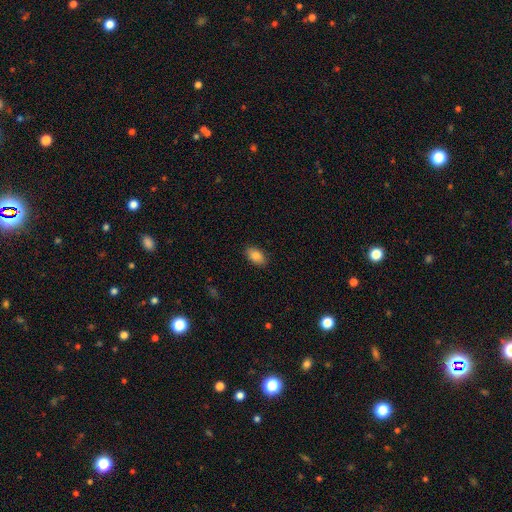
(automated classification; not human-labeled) A smooth galaxy with no disk features (86%) that is in between round and cigar-shaped (92%).

Vote fractions:
- Smooth or featured? smooth: 86% / star or artifact: 7% / featured or disk: 7%
- How rounded? in between: 92% / round: 6% / cigar-shaped: 3%
- Merging? none: 88% / minor disturbance: 9% / major disturbance: 2% / merger: 1%